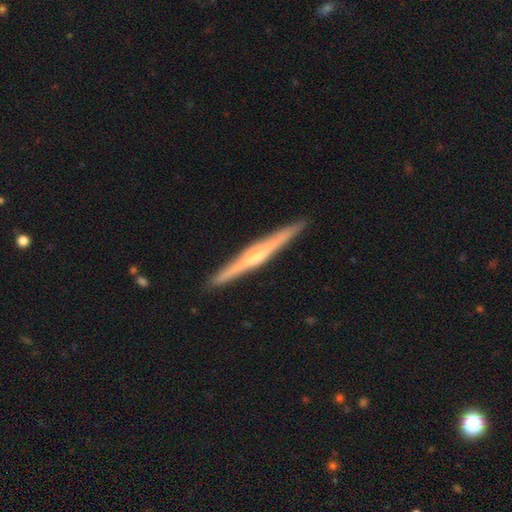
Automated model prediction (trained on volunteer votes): Overall: featured or disk (75%). Edge-on disk: yes (98%). Edge-on bulge: rounded (68%). Merging: none (92%).